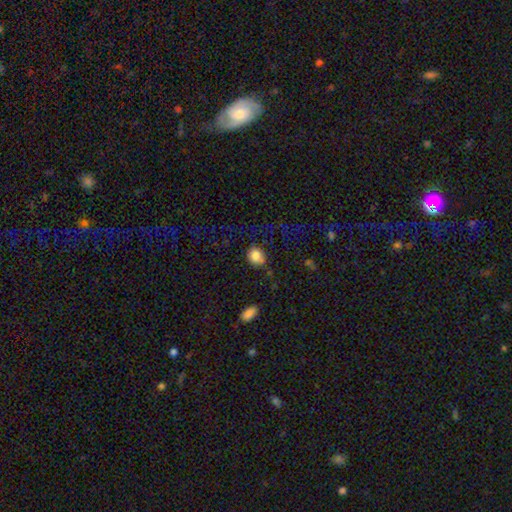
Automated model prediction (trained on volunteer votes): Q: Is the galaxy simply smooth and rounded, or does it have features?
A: smooth — 84%.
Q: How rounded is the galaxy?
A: round — 66%.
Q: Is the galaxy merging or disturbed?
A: none — 66%.